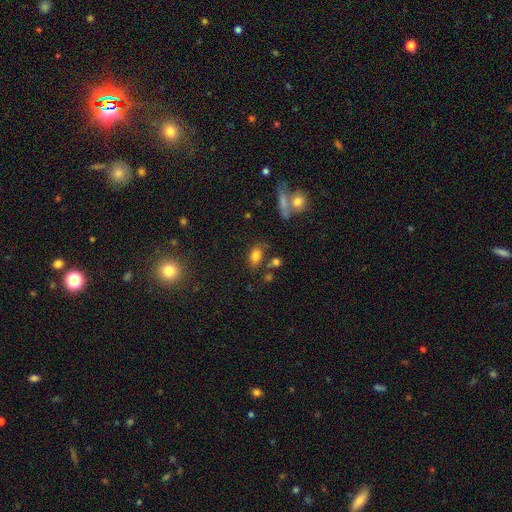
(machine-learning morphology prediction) Q: Smooth or featured?
A: smooth (79%); runner-up: star or artifact (11%)
Q: How rounded?
A: in between (84%); runner-up: round (13%)
Q: Merging?
A: none (69%); runner-up: minor disturbance (15%)